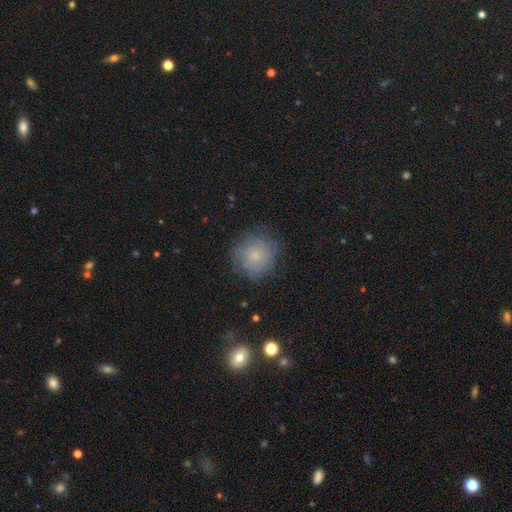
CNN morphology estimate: Smooth or featured?
  - smooth: 63% *
  - featured or disk: 25%
  - star or artifact: 11%
How rounded?
  - round: 89% *
  - in between: 10%
  - cigar-shaped: 1%
Merging?
  - none: 75% *
  - minor disturbance: 17%
  - major disturbance: 7%
  - merger: 1%